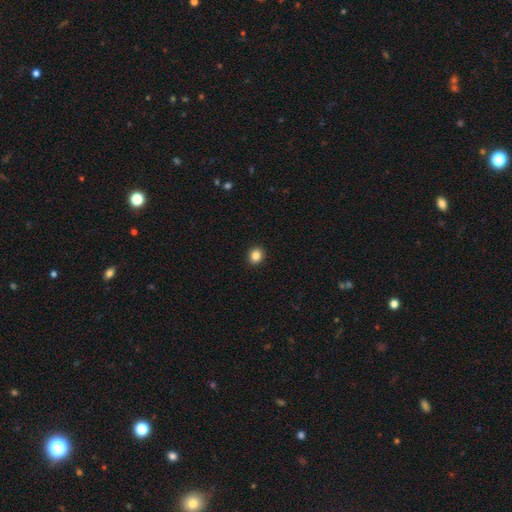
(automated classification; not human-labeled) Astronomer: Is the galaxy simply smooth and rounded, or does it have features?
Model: smooth — 86%.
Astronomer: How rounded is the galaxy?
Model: round — 77%.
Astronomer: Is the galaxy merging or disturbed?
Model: none — 92%.